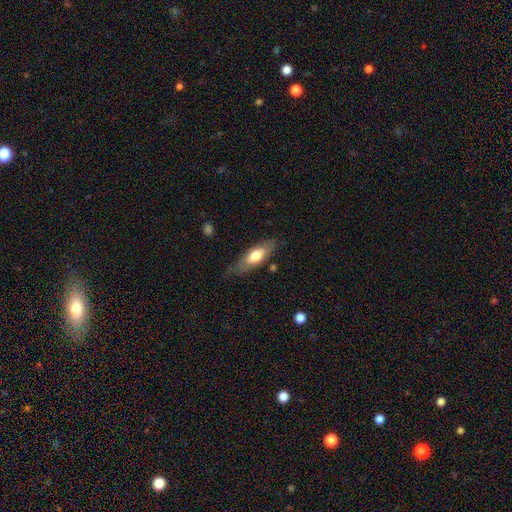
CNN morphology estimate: type=smooth (63%); roundness=in between (64%); merging=none (63%).